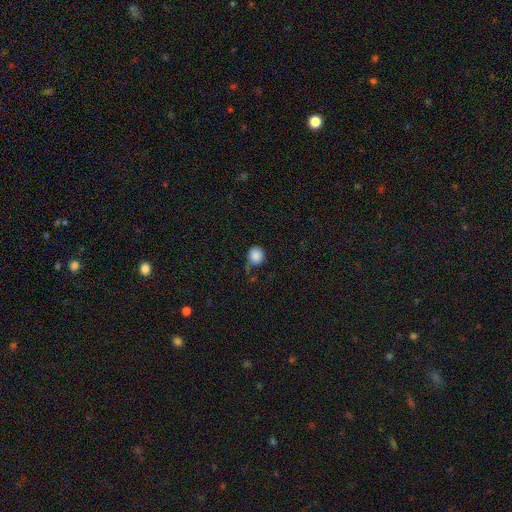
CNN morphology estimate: type=smooth (85%); roundness=round (81%); merging=none (49%).